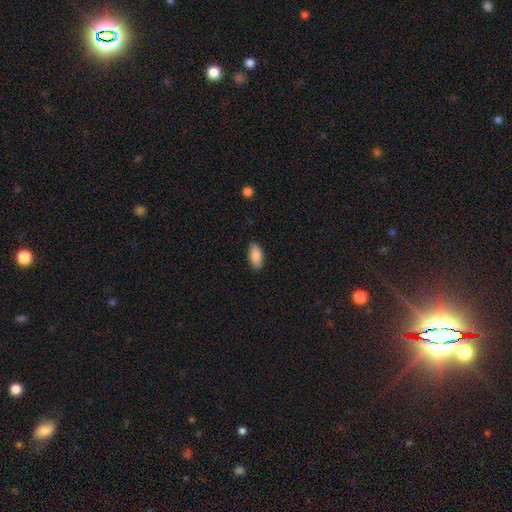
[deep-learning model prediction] Smooth or featured? Predicted: smooth (p=0.84). How rounded? Predicted: in between (p=0.88). Merging? Predicted: none (p=0.88).